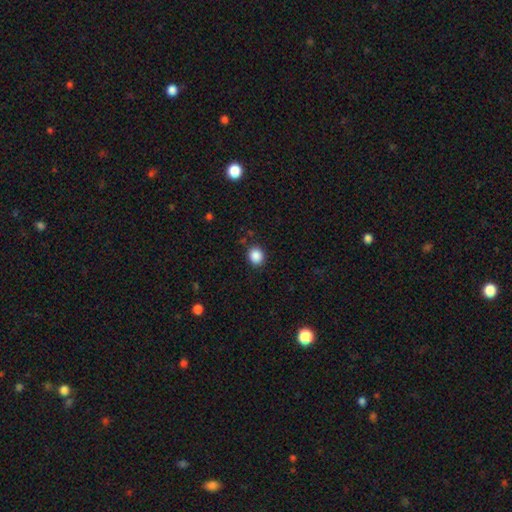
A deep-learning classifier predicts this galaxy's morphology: Smooth or featured: smooth — 87% (star or artifact — 10%)
How rounded: round — 78% (in between — 21%)
Merging: none — 87% (minor disturbance — 9%)